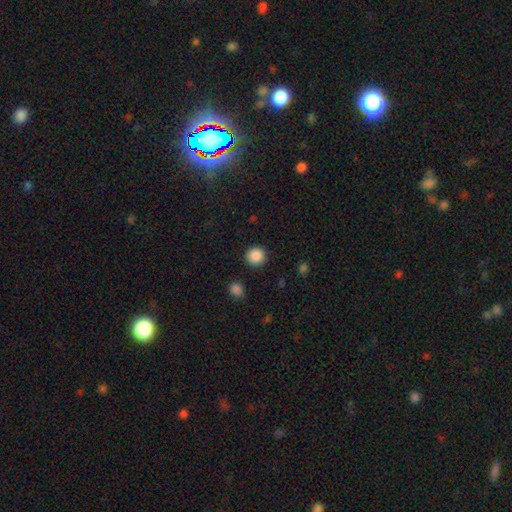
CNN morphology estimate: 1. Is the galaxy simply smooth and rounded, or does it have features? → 88% smooth, 9% star or artifact, 3% featured or disk.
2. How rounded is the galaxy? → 93% round, 6% in between, 1% cigar-shaped.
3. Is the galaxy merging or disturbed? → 91% none, 5% minor disturbance, 2% major disturbance, 1% merger.